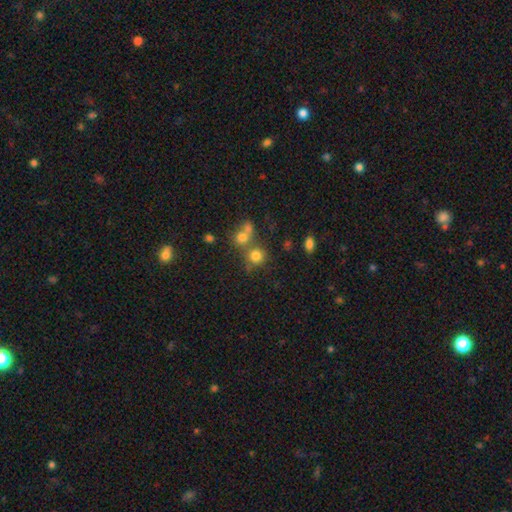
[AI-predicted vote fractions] Smooth or featured? smooth (76%)
How rounded? round (87%)
Merging? none (55%)